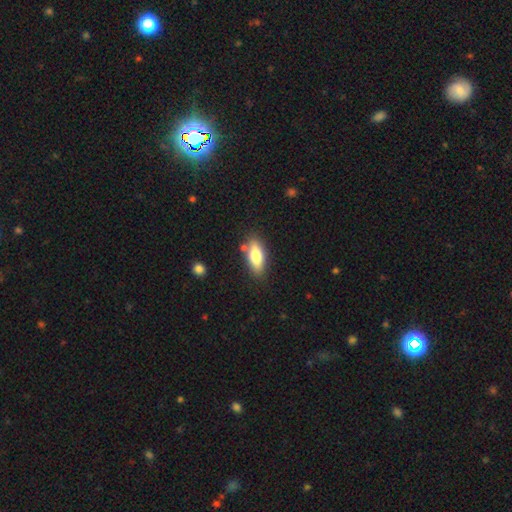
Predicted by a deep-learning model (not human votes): This appears to be a smooth galaxy with no disk features (76%) that is in between round and cigar-shaped (74%). Merging: none (80%).